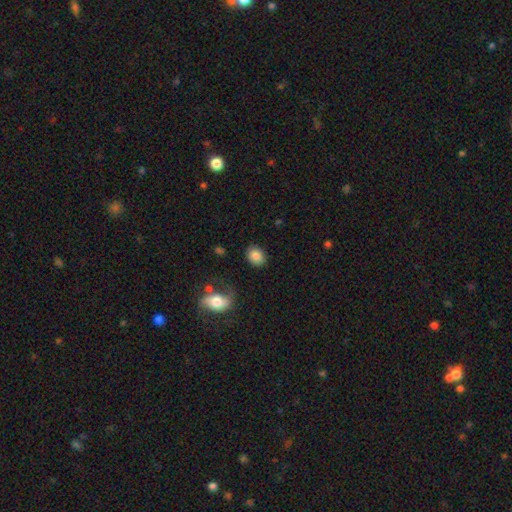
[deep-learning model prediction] Morphology: type=smooth (83%); roundness=in between (61%); merging=none (85%).